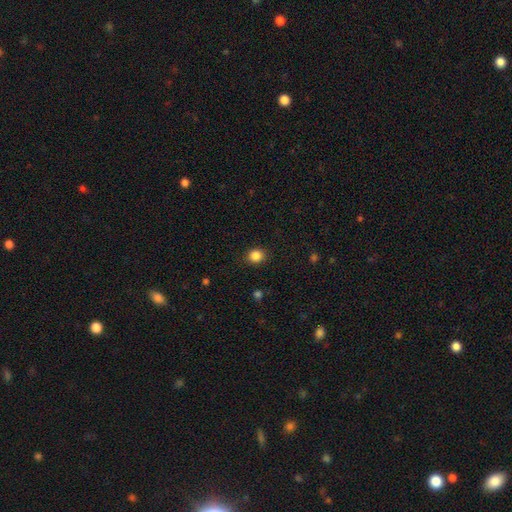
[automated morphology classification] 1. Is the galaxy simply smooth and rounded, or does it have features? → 86% smooth, 11% star or artifact, 3% featured or disk.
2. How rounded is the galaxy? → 80% round, 19% in between, 1% cigar-shaped.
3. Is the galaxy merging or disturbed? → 89% none, 7% minor disturbance, 2% major disturbance, 1% merger.